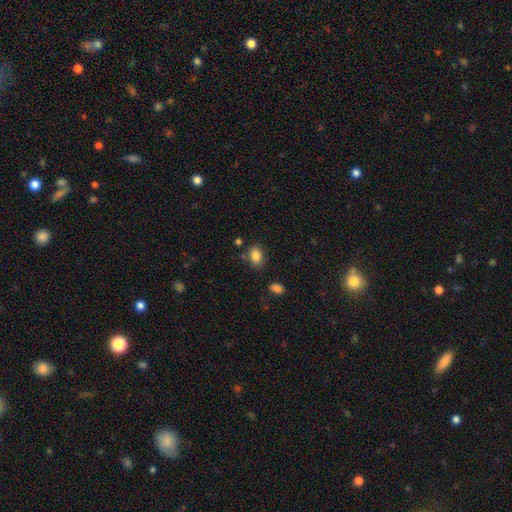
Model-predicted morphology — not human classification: Overall: smooth (84%). How rounded: in between (71%). Merging: none (77%).